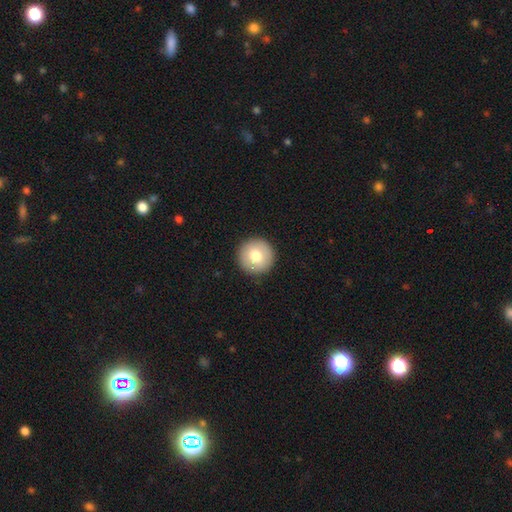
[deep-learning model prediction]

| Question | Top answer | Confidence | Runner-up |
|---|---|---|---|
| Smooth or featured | smooth | 75% | featured or disk (18%) |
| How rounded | round | 96% | in between (3%) |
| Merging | none | 92% | minor disturbance (5%) |